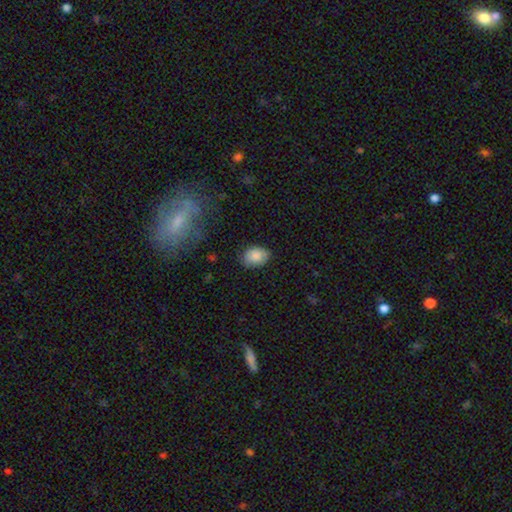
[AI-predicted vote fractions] A smooth galaxy with no disk features (86%) that is in between round and cigar-shaped (75%). Merging: none (80%).